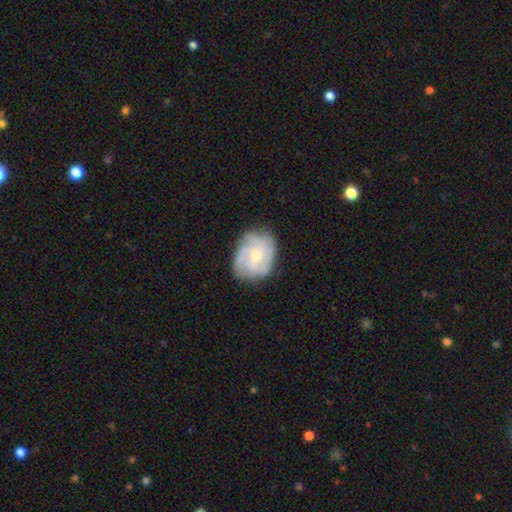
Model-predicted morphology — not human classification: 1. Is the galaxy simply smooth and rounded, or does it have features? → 66% featured or disk, 27% smooth, 6% star or artifact.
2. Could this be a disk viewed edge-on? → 97% no, 3% yes.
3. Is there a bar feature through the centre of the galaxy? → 72% no, 25% weak, 4% strong.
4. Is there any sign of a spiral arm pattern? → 86% yes, 14% no.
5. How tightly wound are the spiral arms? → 51% tight, 37% medium, 12% loose.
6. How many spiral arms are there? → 32% can't tell, 30% 3, 17% 2, 12% 4, 4% 1, 4% more than 4.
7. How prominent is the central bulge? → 59% small, 37% moderate, 2% none, 1% large, 1% dominant.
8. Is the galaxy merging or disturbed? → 70% none, 21% minor disturbance, 7% major disturbance, 2% merger.